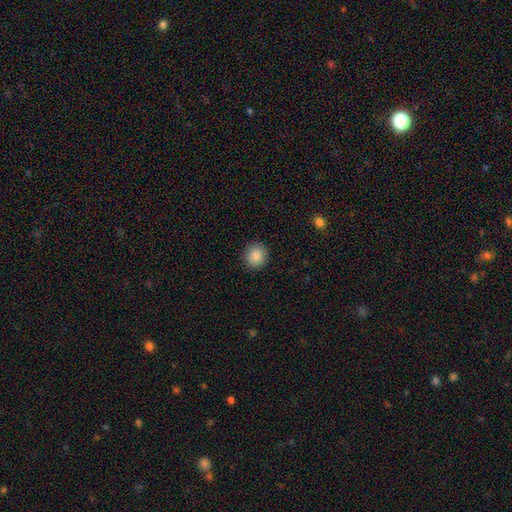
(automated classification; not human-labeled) smooth_or_featured: smooth (p=0.88) [alt: star or artifact p=0.09]
how_rounded: round (p=0.89) [alt: in between p=0.10]
merging: none (p=0.91) [alt: minor disturbance p=0.06]